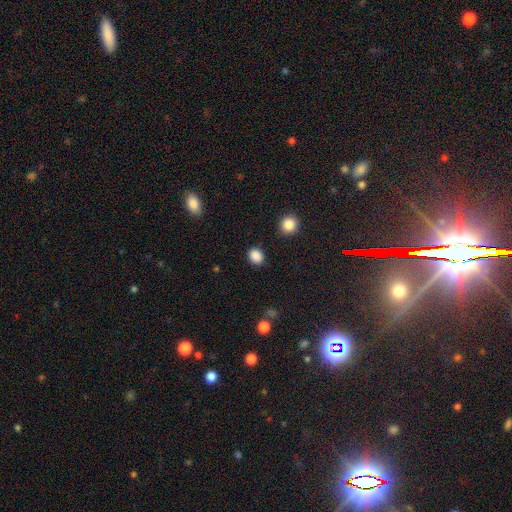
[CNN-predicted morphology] smooth 87%, star or artifact 10%, featured or disk 3%. Down the decision tree: how rounded — round (66%); merging — none (87%).